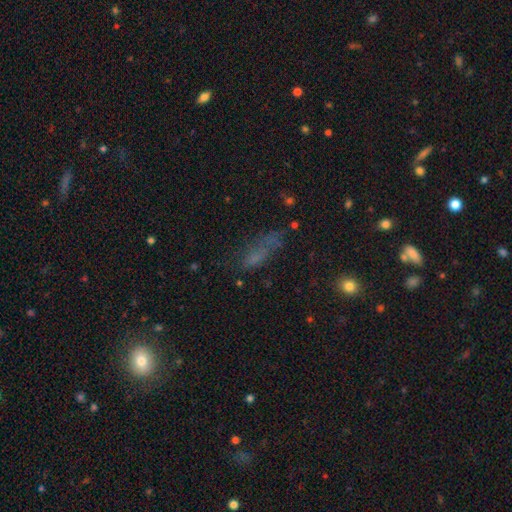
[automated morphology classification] This is possibly a smooth galaxy (59%). How rounded: possibly in between (56%). Merging: marginally none (42%).